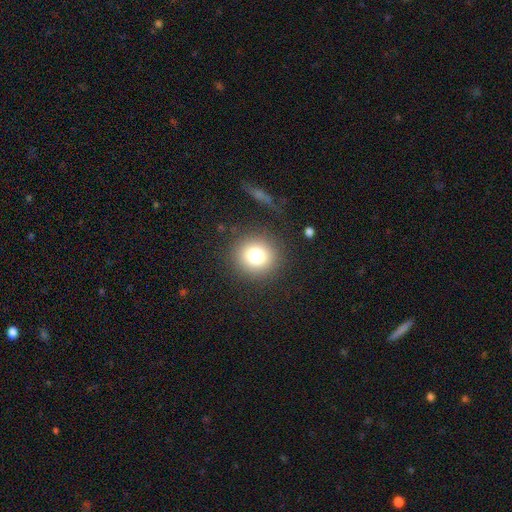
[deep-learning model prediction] Overall: smooth (78%). How rounded: round (90%). Merging: none (87%).